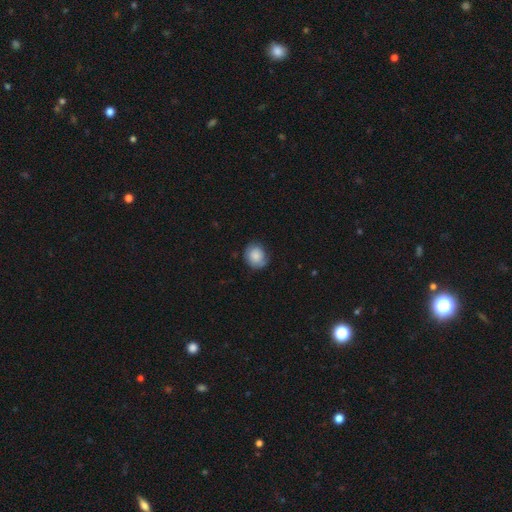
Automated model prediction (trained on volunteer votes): Smooth or featured? smooth (76%)
How rounded? round (75%)
Merging? none (72%)